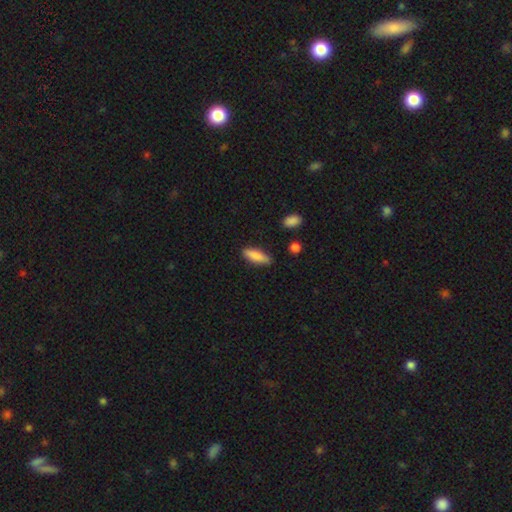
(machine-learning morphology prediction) smooth-or-featured: smooth: 84% | featured or disk: 9% | star or artifact: 6%
  how-rounded: in between: 51% | cigar-shaped: 47% | round: 2%
  merging: none: 83% | minor disturbance: 12% | major disturbance: 3% | merger: 2%